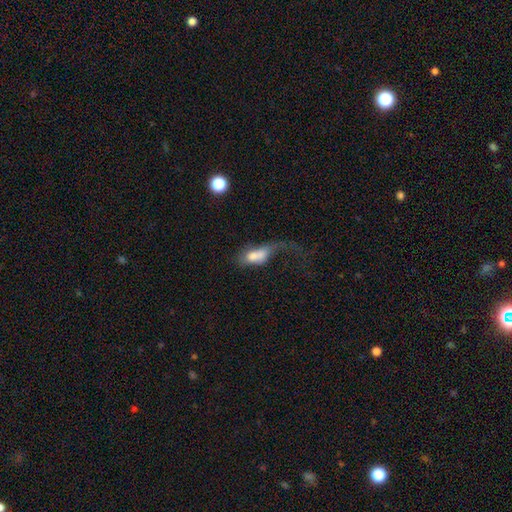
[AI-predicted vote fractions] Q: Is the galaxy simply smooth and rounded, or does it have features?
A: smooth — 64%.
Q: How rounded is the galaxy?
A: in between — 79%.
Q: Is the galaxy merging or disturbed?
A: major disturbance — 44%.